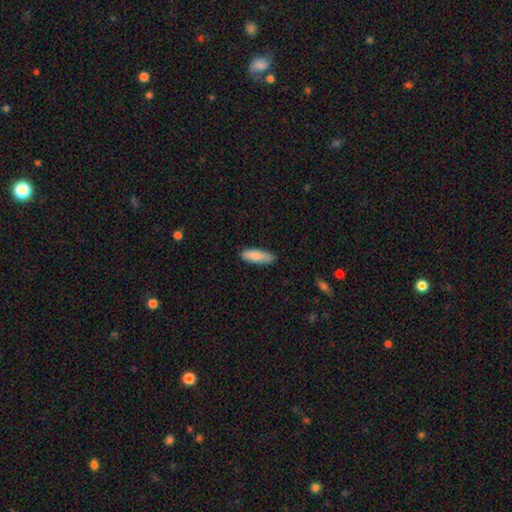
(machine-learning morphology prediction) The model was most divided on "how rounded": in between: 50%, cigar-shaped: 48%, round: 2%. More confident: smooth or featured — smooth (87%); merging — none (82%).